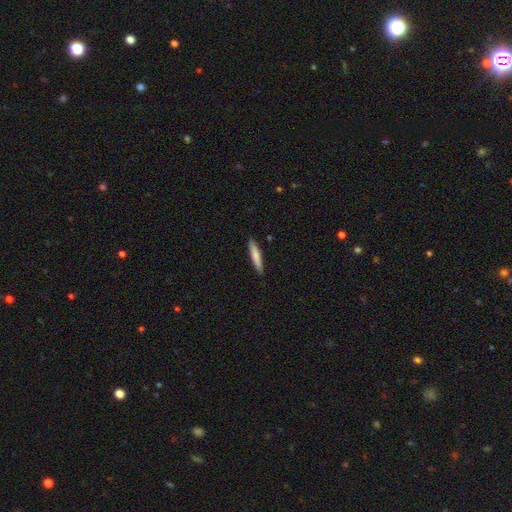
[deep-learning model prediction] smooth-or-featured: smooth: 74% | featured or disk: 21% | star or artifact: 5%
  how-rounded: cigar-shaped: 91% | in between: 8% | round: 1%
  merging: none: 90% | minor disturbance: 8% | major disturbance: 1% | merger: 1%